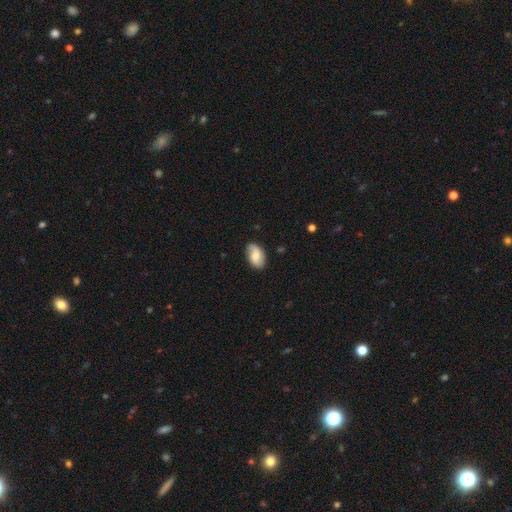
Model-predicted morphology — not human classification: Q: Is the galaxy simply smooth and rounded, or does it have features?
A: smooth — 55%.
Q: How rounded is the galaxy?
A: in between — 91%.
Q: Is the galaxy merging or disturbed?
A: none — 76%.